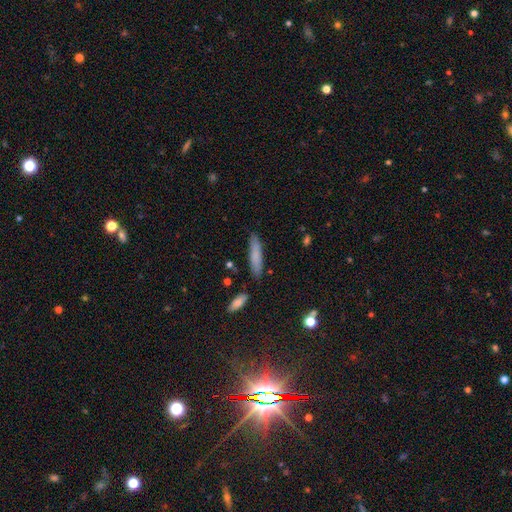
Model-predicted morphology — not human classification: smooth 78%, featured or disk 15%, star or artifact 7%. Down the decision tree: how rounded — cigar-shaped (83%); merging — none (84%).